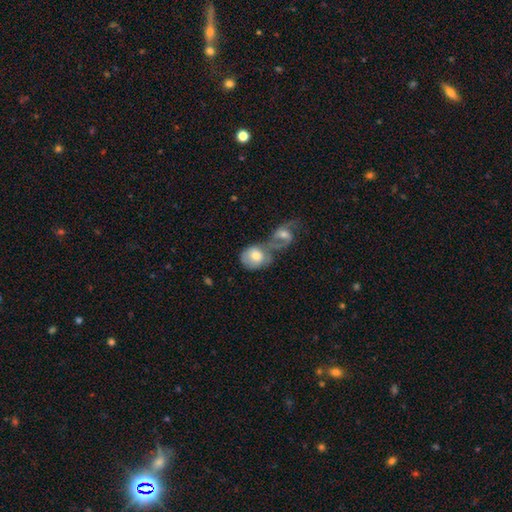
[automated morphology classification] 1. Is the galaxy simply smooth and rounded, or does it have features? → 63% smooth, 31% featured or disk, 6% star or artifact.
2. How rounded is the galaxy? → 53% round, 45% in between, 1% cigar-shaped.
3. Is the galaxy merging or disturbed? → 68% merger, 16% none, 8% minor disturbance, 7% major disturbance.